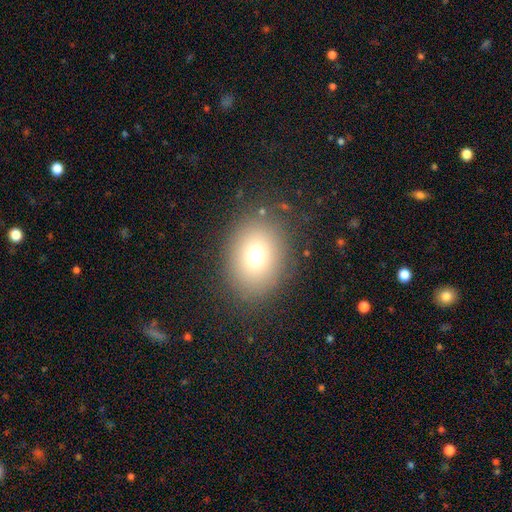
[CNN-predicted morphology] Overall: smooth (73%). How rounded: in between (56%; round 43%). Merging: none (84%).